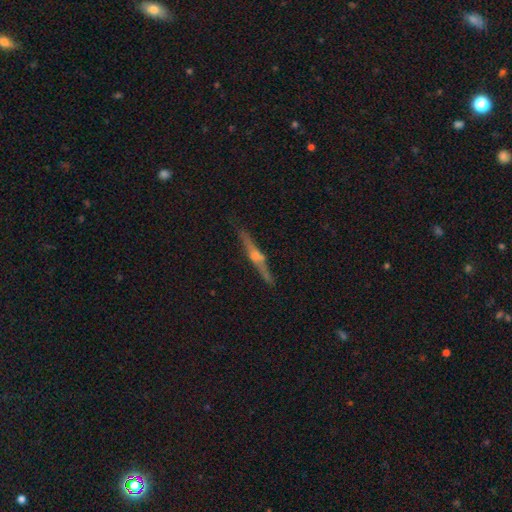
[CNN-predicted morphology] Smooth or featured?
  - featured or disk: 79% *
  - smooth: 14%
  - star or artifact: 7%
Edge-on disk?
  - yes: 97% *
  - no: 3%
Edge-on bulge?
  - rounded: 79% *
  - boxy: 11%
  - none: 9%
Merging?
  - none: 88% *
  - minor disturbance: 8%
  - major disturbance: 2%
  - merger: 2%